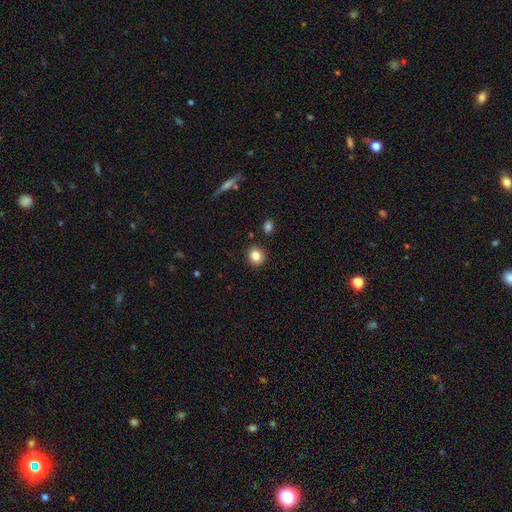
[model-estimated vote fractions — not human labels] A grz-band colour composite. It shows a smooth galaxy with no disk features (84%) that is round (80%). Merging: none (89%).